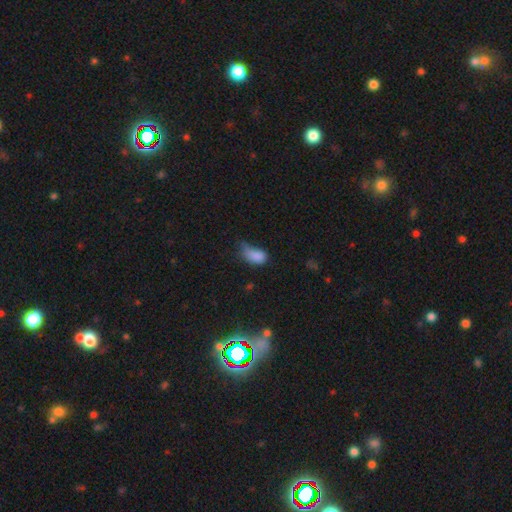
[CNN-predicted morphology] This appears to be a smooth galaxy with no disk features (81%) that is in between round and cigar-shaped (89%). Merging: minor disturbance (39%).